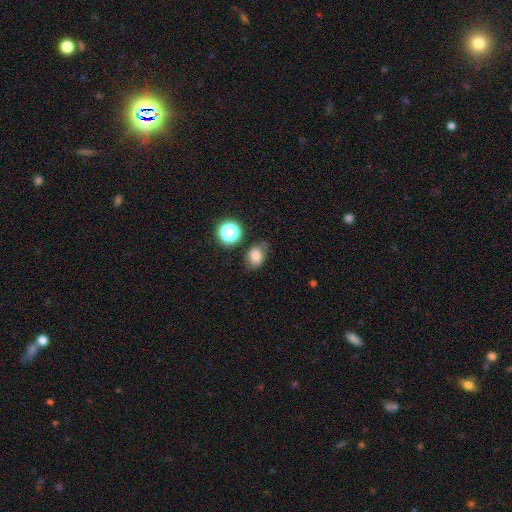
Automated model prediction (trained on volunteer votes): Overall: smooth (77%). How rounded: in between (63%; round 36%). Merging: none (65%).